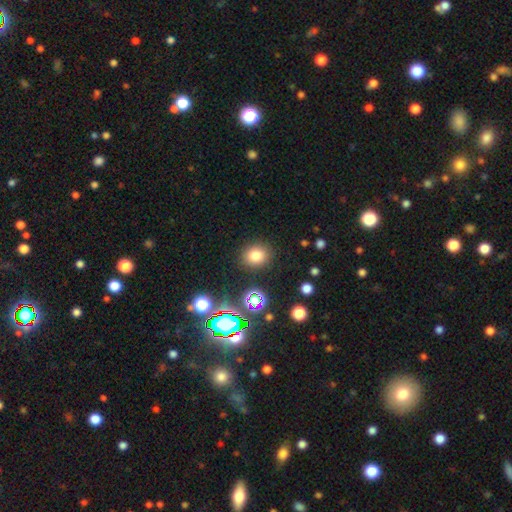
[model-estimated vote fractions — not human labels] Smooth or featured?
  - smooth: 76% *
  - star or artifact: 16%
  - featured or disk: 7%
How rounded?
  - round: 68% *
  - in between: 31%
  - cigar-shaped: 1%
Merging?
  - none: 87% *
  - minor disturbance: 8%
  - major disturbance: 3%
  - merger: 2%